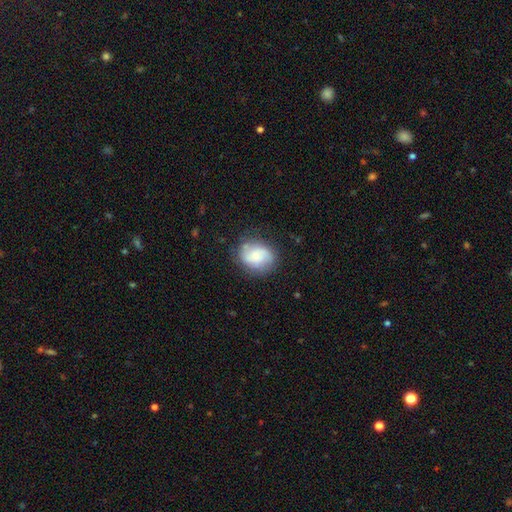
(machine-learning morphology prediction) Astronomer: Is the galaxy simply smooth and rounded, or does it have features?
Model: featured or disk — 47% (runner-up: smooth, 45%).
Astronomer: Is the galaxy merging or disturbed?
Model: none — 71%.